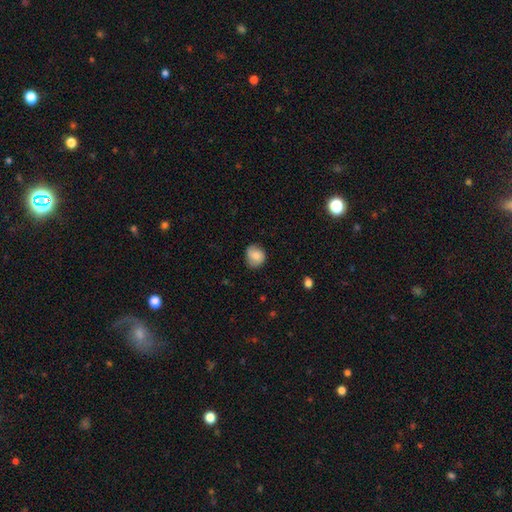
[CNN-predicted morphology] Smooth or featured: smooth — 77% (featured or disk — 15%)
How rounded: round — 78% (in between — 21%)
Merging: none — 72% (minor disturbance — 22%)